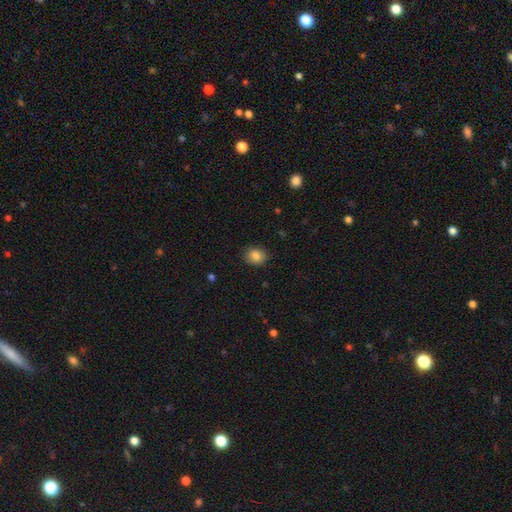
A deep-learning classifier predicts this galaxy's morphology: Q: Smooth or featured?
A: smooth (85%); runner-up: star or artifact (10%)
Q: How rounded?
A: round (56%); runner-up: in between (43%)
Q: Merging?
A: none (88%); runner-up: minor disturbance (9%)